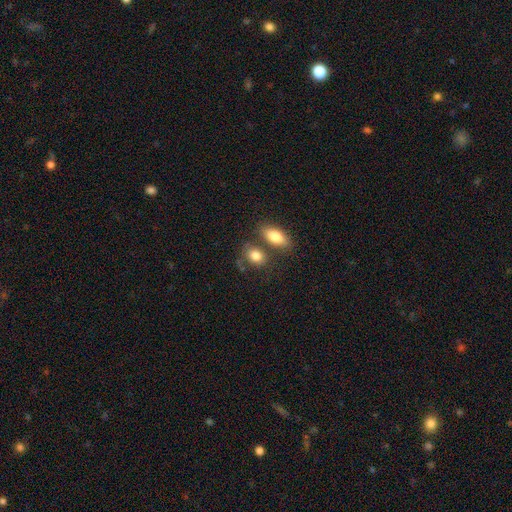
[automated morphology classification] This appears to be a smooth galaxy with no disk features (82%) that is in between round and cigar-shaped (72%). Merging: none (55%).